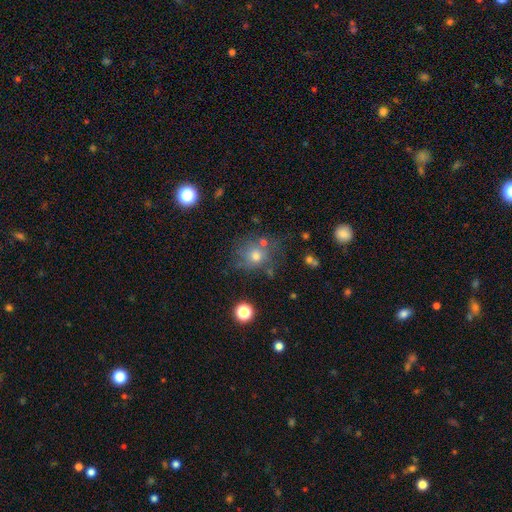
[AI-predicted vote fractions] Smooth or featured?
  - smooth: 64% *
  - star or artifact: 18%
  - featured or disk: 18%
How rounded?
  - round: 78% *
  - in between: 21%
  - cigar-shaped: 1%
Merging?
  - none: 63% *
  - minor disturbance: 18%
  - merger: 10%
  - major disturbance: 9%